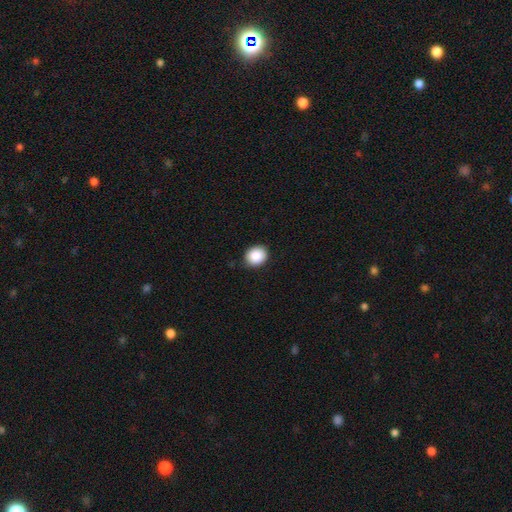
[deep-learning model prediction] This is clearly a smooth galaxy (87%). How rounded: likely round (60%). Merging: clearly none (87%).